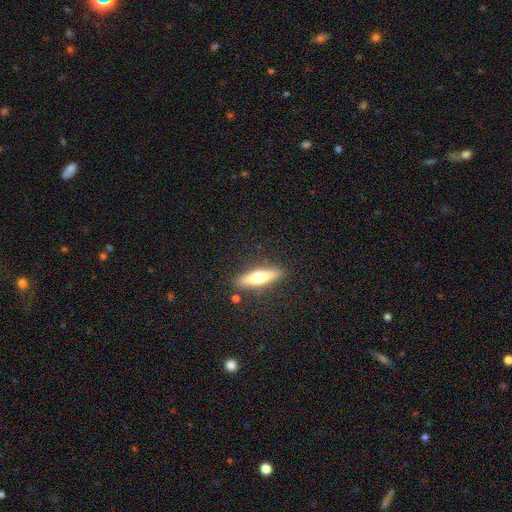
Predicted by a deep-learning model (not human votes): Overall: featured or disk (56%; smooth 34%). Edge-on disk: yes (92%). Edge-on bulge: rounded (93%). Merging: none (88%).